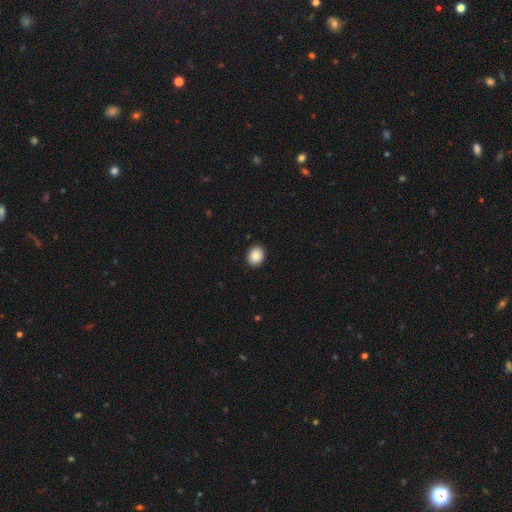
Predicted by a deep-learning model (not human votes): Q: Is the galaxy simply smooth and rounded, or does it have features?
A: smooth — 88%.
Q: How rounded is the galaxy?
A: round — 56%.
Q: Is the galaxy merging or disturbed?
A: none — 91%.